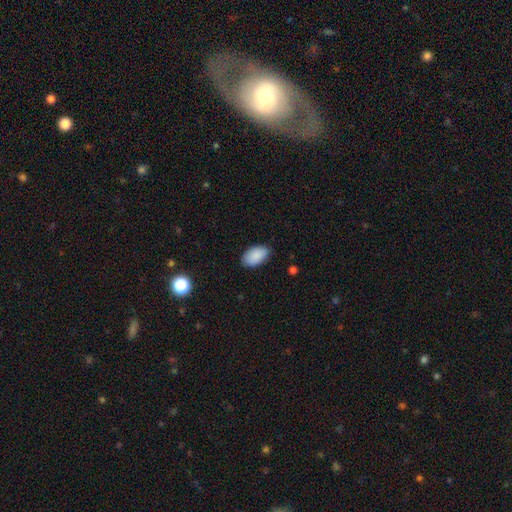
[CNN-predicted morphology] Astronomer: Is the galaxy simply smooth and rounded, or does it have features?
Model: smooth — 89%.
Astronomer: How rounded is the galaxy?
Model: in between — 95%.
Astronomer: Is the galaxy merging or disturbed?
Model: none — 83%.